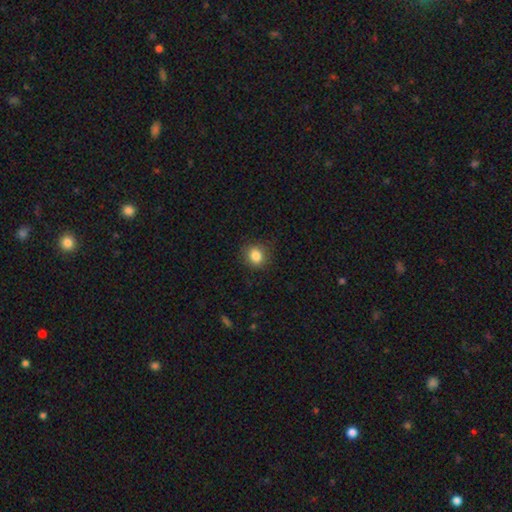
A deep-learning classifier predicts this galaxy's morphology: Smooth or featured? Predicted: smooth (p=0.84). How rounded? Predicted: round (p=0.74). Merging? Predicted: none (p=0.85).